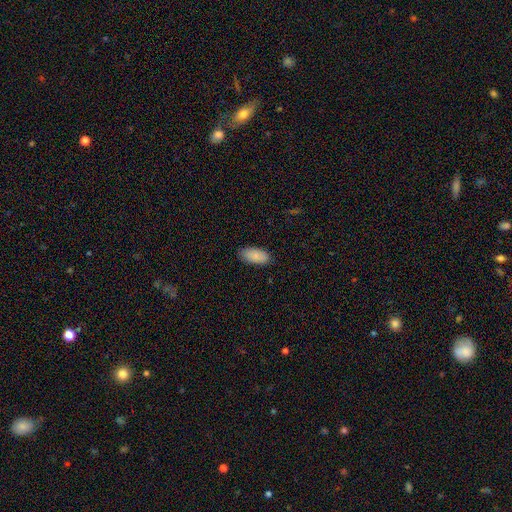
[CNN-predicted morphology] A smooth galaxy with no disk features (88%) that is in between round and cigar-shaped (93%).

Vote fractions:
- Smooth or featured? smooth: 88% / star or artifact: 6% / featured or disk: 5%
- How rounded? in between: 93% / cigar-shaped: 5% / round: 2%
- Merging? none: 86% / minor disturbance: 11% / major disturbance: 2% / merger: 1%